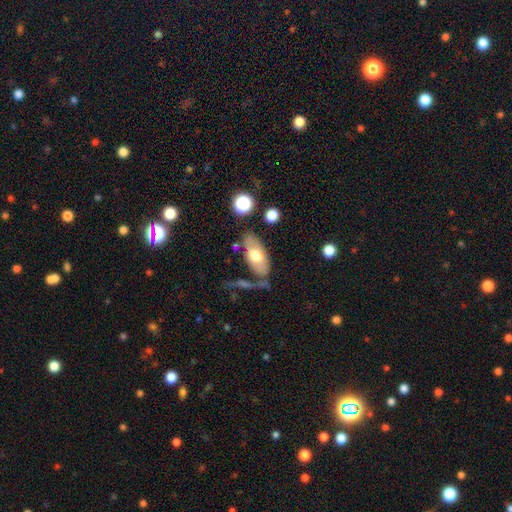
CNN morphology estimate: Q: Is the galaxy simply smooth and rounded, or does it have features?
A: smooth — 60%.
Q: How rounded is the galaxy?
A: in between — 89%.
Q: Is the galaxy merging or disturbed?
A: none — 64%.